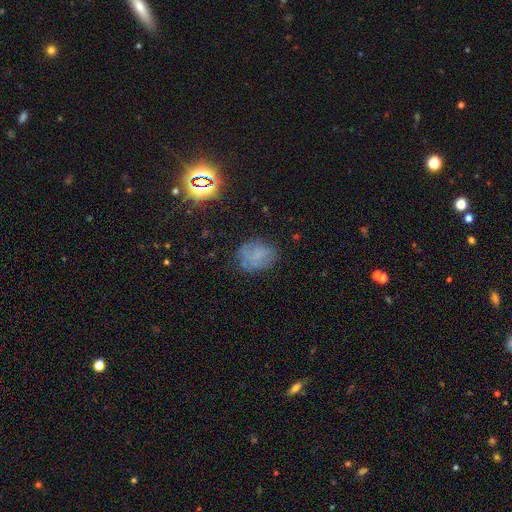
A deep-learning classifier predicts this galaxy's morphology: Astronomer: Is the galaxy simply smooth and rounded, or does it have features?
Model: smooth — 53%.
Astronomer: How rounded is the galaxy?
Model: round — 50% (runner-up: in between, 49%).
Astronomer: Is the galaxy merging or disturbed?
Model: none — 66%.